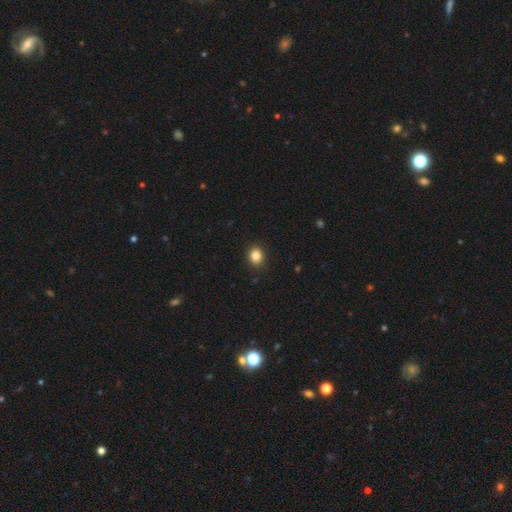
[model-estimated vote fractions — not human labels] smooth_or_featured: smooth (p=0.85) [alt: star or artifact p=0.10]
how_rounded: round (p=0.63) [alt: in between p=0.36]
merging: none (p=0.90) [alt: minor disturbance p=0.07]